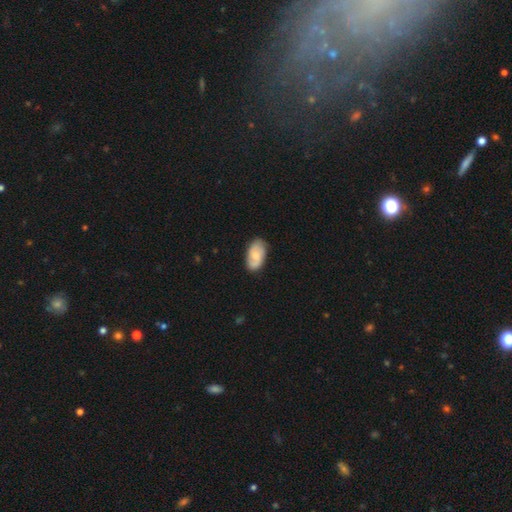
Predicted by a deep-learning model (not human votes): Smooth or featured?
  - smooth: 51% *
  - featured or disk: 43%
  - star or artifact: 6%
How rounded?
  - in between: 93% *
  - round: 5%
  - cigar-shaped: 2%
Merging?
  - none: 79% *
  - minor disturbance: 16%
  - major disturbance: 3%
  - merger: 1%